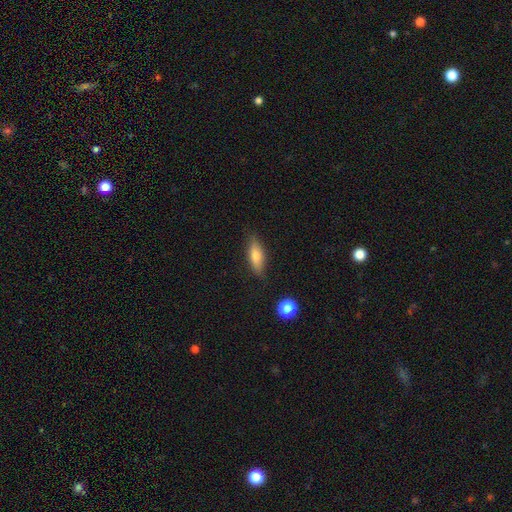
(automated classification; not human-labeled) Smooth or featured? smooth (67%)
How rounded? in between (54%)
Merging? none (80%)